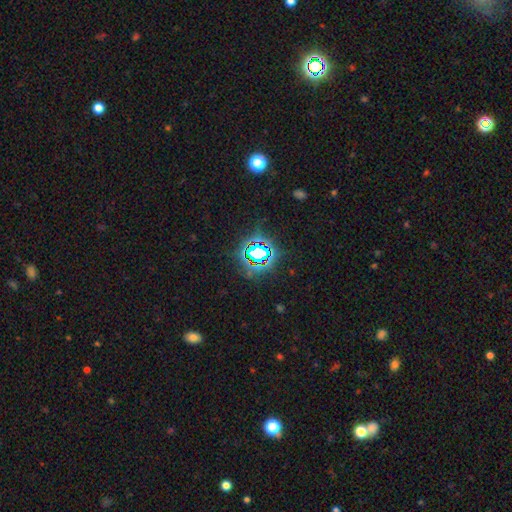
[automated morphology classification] star or artifact 74%, smooth 15%, featured or disk 11%.